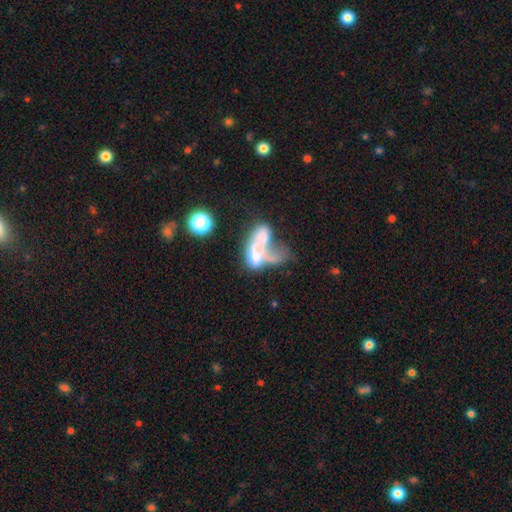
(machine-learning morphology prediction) A featured or disk galaxy (44%, tied with smooth).

Vote fractions:
- Smooth or featured? featured or disk: 44% (tied) / smooth: 44% (tied) / star or artifact: 11%
- Merging? merger: 61% / major disturbance: 24% / none: 8% / minor disturbance: 6%